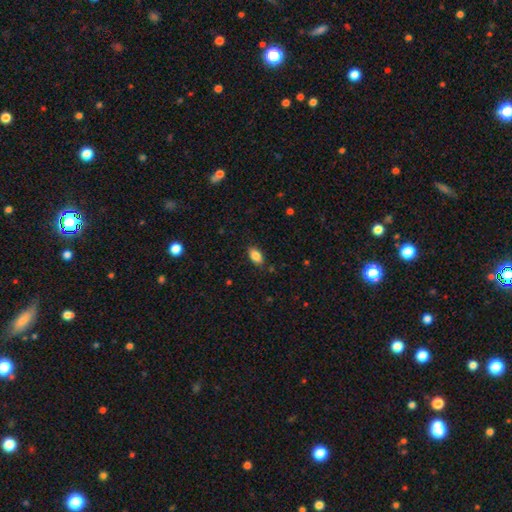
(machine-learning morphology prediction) smooth-or-featured: smooth: 86% | star or artifact: 8% | featured or disk: 6%
  how-rounded: in between: 92% | round: 5% | cigar-shaped: 3%
  merging: none: 86% | minor disturbance: 11% | major disturbance: 2% | merger: 1%